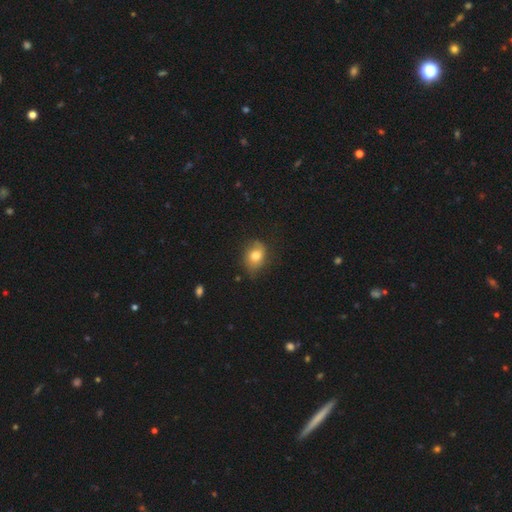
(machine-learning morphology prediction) smooth_or_featured: smooth (p=0.74) [alt: featured or disk p=0.16]
how_rounded: in between (p=0.57) [alt: round p=0.42]
merging: none (p=0.65) [alt: minor disturbance p=0.26]